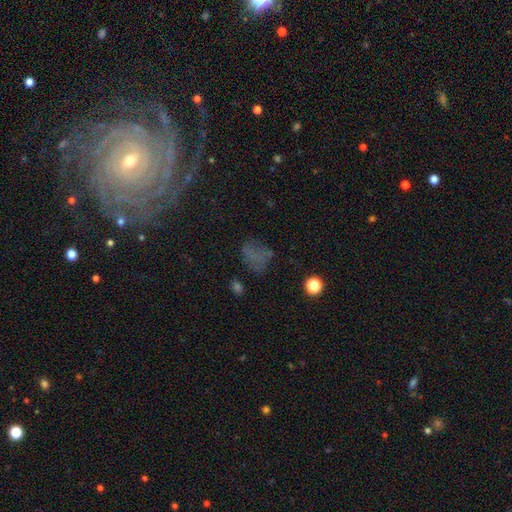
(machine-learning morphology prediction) Q: Smooth or featured?
A: smooth (46%); runner-up: star or artifact (31%)
Q: Merging?
A: none (57%); runner-up: minor disturbance (20%)